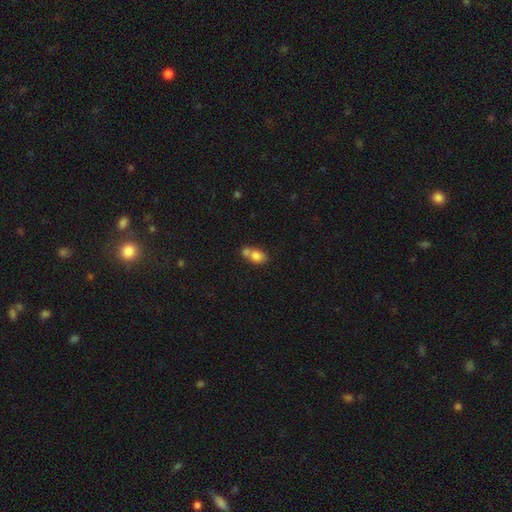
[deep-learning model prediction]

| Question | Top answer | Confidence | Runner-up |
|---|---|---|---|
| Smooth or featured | smooth | 78% | featured or disk (13%) |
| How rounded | in between | 64% | round (34%) |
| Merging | merger | 56% | none (31%) |